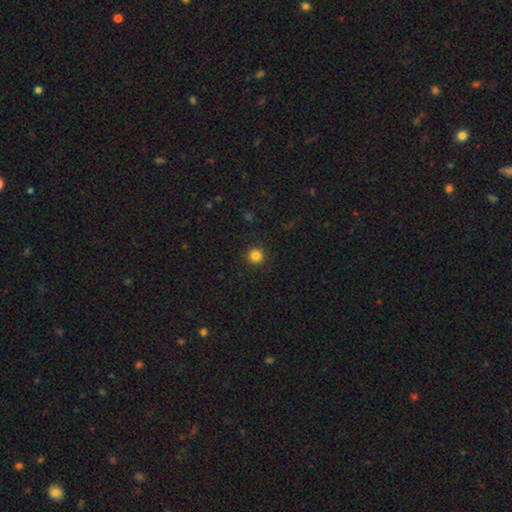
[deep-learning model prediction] This is clearly a smooth galaxy (83%). How rounded: clearly round (95%). Merging: clearly none (92%).